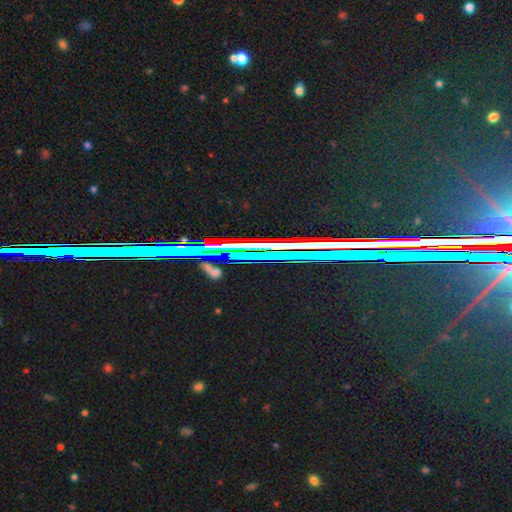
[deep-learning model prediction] This is clearly a star or artifact rather than a galaxy (82%).